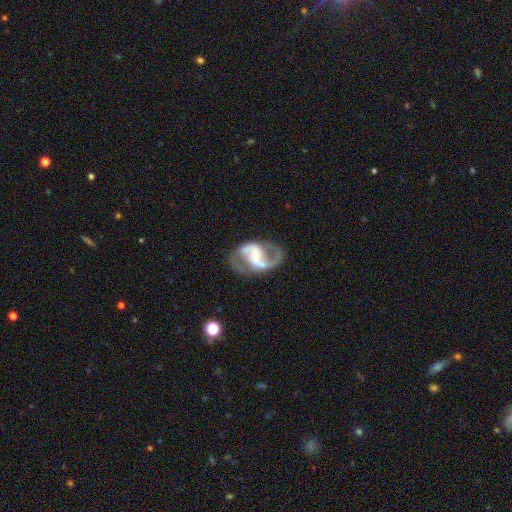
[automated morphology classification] A featured or disk galaxy (90%) with a weak bar (40%), 2 (92%) medium (54%) spiral arms (96%) and a small central bulge (48%). Merging: none (74%).